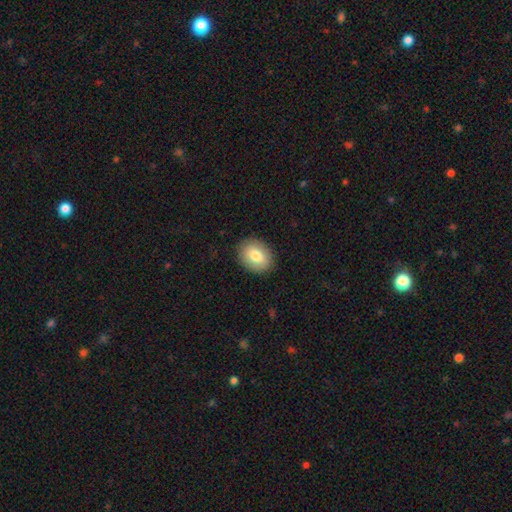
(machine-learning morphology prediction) smooth 80%, featured or disk 13%, star or artifact 7%. Down the decision tree: how rounded — in between (62%); merging — none (89%).